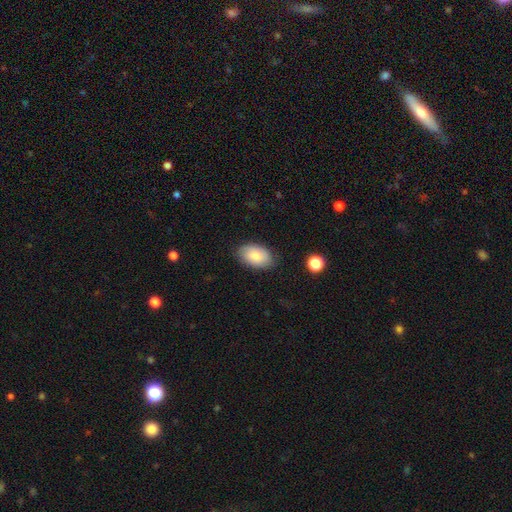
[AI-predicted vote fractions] smooth-or-featured: smooth: 81% | featured or disk: 13% | star or artifact: 7%
  how-rounded: in between: 92% | round: 7% | cigar-shaped: 1%
  merging: none: 82% | minor disturbance: 14% | major disturbance: 3% | merger: 1%